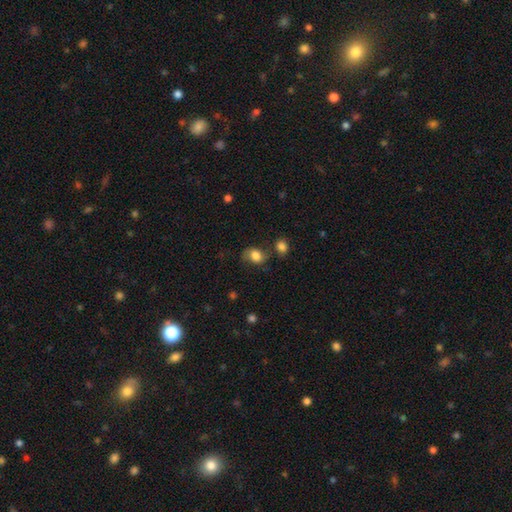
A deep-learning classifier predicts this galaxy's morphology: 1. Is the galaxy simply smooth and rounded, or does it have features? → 77% smooth, 14% featured or disk, 9% star or artifact.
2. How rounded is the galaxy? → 64% in between, 35% round, 1% cigar-shaped.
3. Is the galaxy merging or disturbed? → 57% none, 25% minor disturbance, 10% major disturbance, 9% merger.